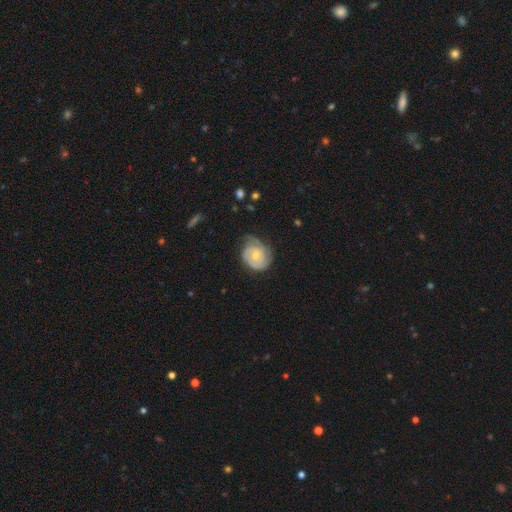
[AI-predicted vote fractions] A featured or disk galaxy (70%) with no bar (64%), 2 (40%) tight (65%) spiral arms (90%) and a small central bulge (49%). Merging: none (54%).